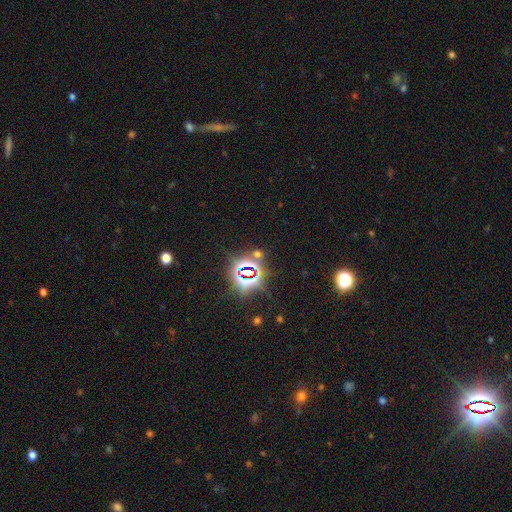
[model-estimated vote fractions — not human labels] Smooth or featured? star or artifact (79%)